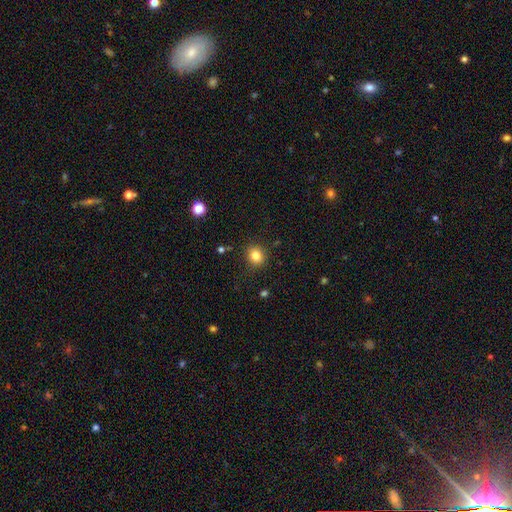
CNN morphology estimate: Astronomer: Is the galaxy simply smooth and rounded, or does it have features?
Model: smooth — 83%.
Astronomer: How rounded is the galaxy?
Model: round — 78%.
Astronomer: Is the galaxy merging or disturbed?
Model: none — 87%.